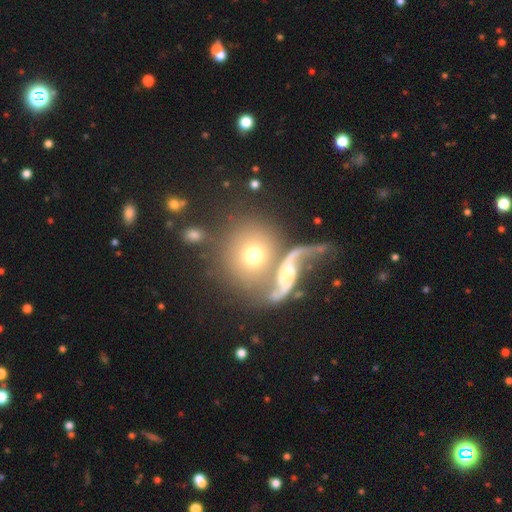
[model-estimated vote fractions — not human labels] This appears to be a smooth galaxy with no disk features (47%). Merging: merger (46%).